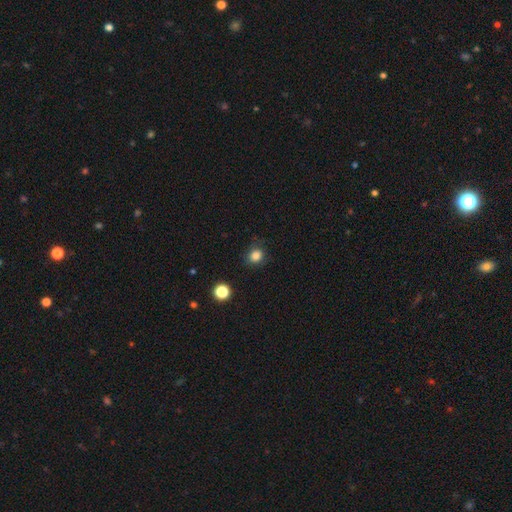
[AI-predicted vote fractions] This appears to be a smooth galaxy with no disk features (84%) that is round (79%). Merging: none (82%).